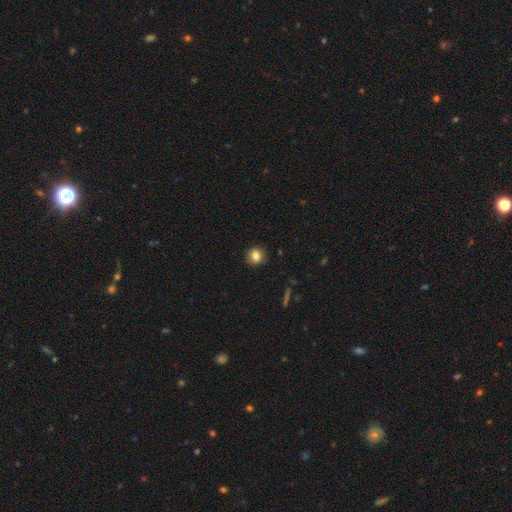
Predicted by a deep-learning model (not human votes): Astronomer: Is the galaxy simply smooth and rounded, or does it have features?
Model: smooth — 82%.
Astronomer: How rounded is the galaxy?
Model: round — 86%.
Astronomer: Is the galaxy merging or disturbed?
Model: none — 90%.